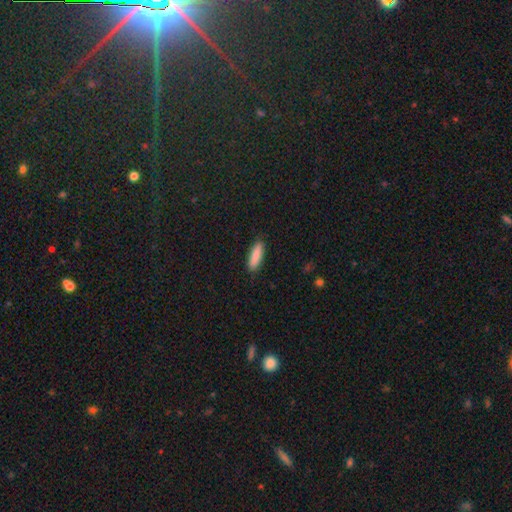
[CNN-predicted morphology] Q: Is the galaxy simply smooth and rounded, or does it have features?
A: smooth — 87%.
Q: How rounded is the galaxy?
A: cigar-shaped — 60%.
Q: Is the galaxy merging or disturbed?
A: none — 89%.